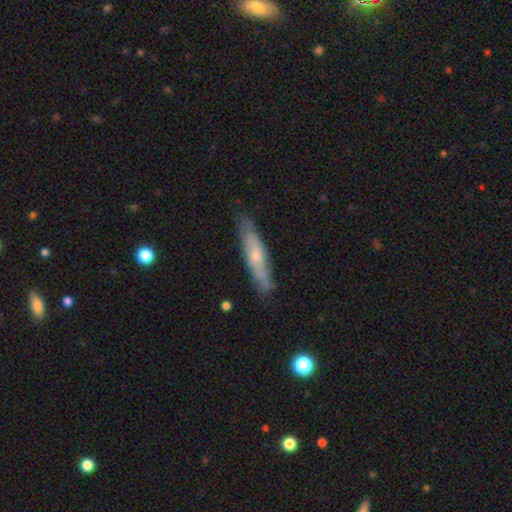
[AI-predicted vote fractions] This appears to be a smooth galaxy with no disk features (48%). Merging: none (81%).